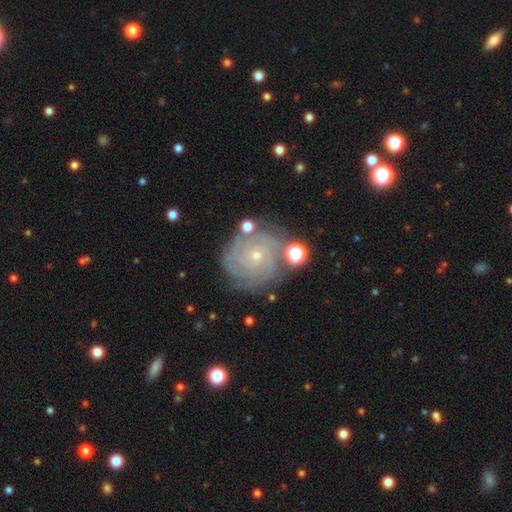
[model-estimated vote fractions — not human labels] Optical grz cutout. It shows a featured or disk galaxy (79%) with no bar (82%), tight (79%) spiral arms (94%) and a small central bulge (81%). Merging: none (77%).